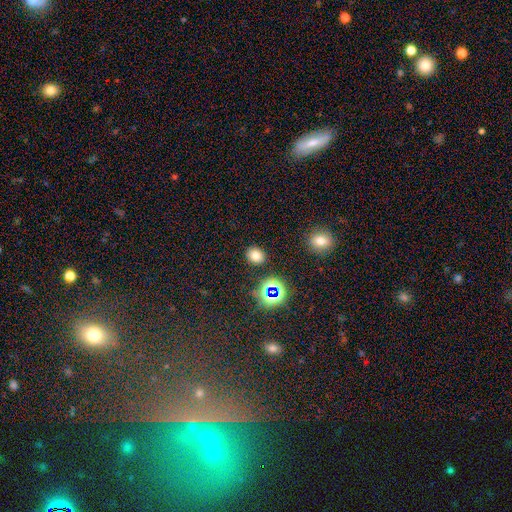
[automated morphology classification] This is likely a smooth galaxy (72%). How rounded: likely round (65%). Merging: clearly none (88%).